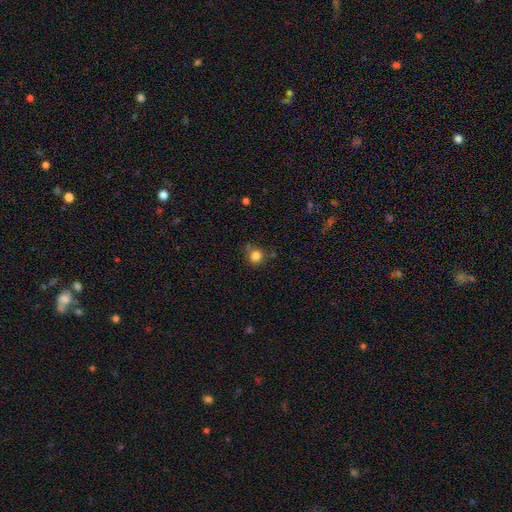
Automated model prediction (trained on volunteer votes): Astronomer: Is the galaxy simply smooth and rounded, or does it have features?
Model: smooth — 83%.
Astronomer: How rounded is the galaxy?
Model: round — 89%.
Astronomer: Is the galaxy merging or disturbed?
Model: none — 70%.